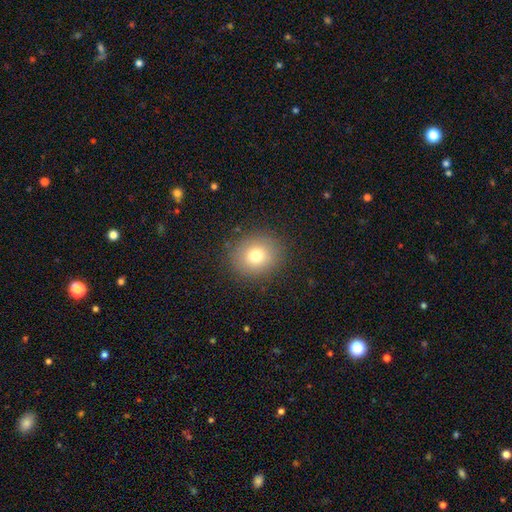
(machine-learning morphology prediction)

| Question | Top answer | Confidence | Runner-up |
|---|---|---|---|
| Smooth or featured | smooth | 76% | star or artifact (12%) |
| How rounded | round | 75% | in between (24%) |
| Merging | none | 87% | minor disturbance (9%) |